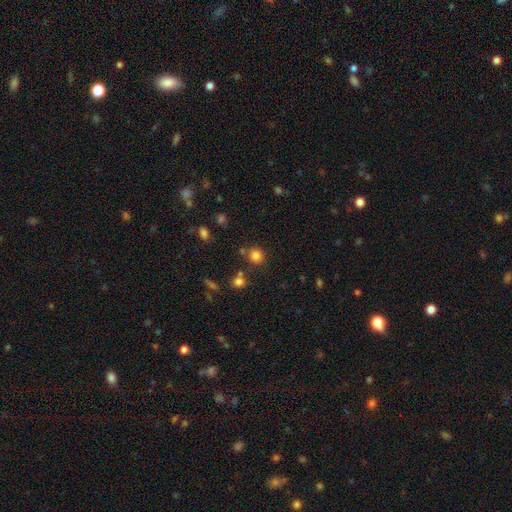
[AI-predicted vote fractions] Overall: smooth (81%). How rounded: round (88%). Merging: none (78%).